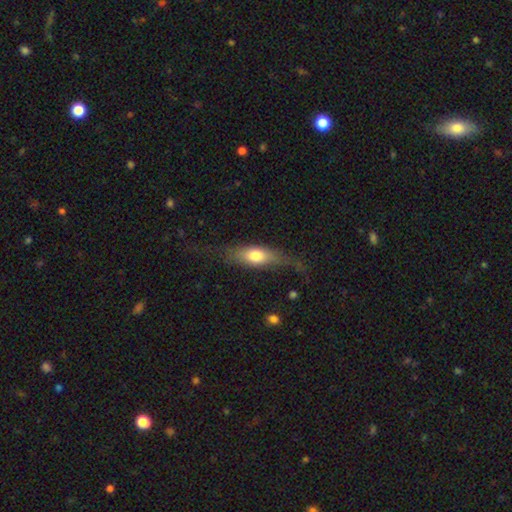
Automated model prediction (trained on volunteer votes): Smooth or featured: smooth — 63% (featured or disk — 31%)
How rounded: in between — 64% (cigar-shaped — 31%)
Merging: none — 53% (minor disturbance — 25%)